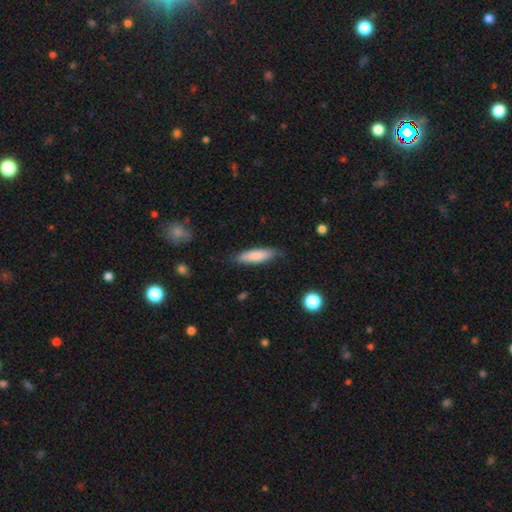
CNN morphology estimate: Overall: smooth (83%). How rounded: cigar-shaped (57%; in between 41%). Merging: none (78%).